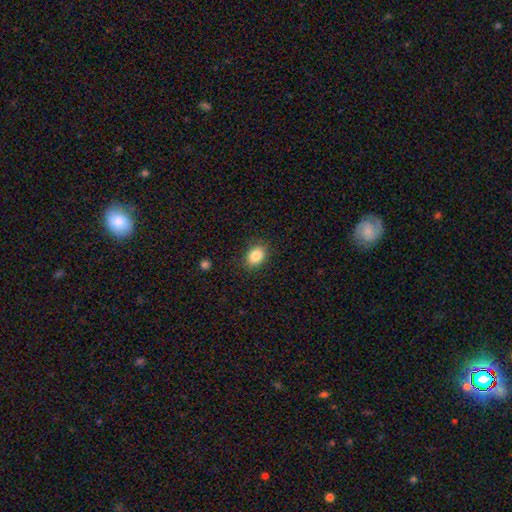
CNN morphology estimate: Smooth or featured?
  - smooth: 85% *
  - star or artifact: 9%
  - featured or disk: 6%
How rounded?
  - in between: 70% *
  - round: 29%
  - cigar-shaped: 1%
Merging?
  - none: 85% *
  - minor disturbance: 11%
  - major disturbance: 3%
  - merger: 1%